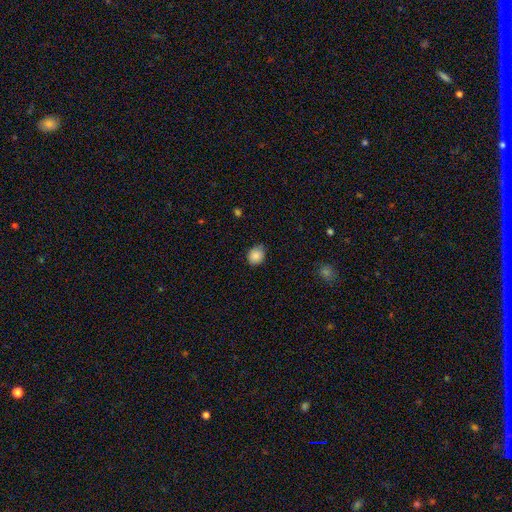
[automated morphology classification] Smooth or featured?
  - smooth: 87% *
  - star or artifact: 9%
  - featured or disk: 4%
How rounded?
  - round: 55% *
  - in between: 44%
  - cigar-shaped: 1%
Merging?
  - none: 80% *
  - minor disturbance: 16%
  - major disturbance: 3%
  - merger: 1%